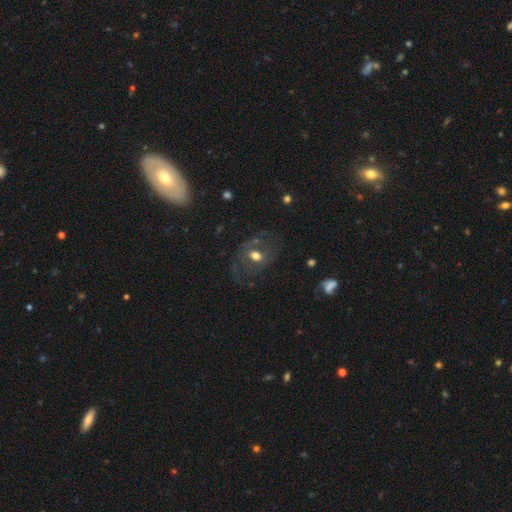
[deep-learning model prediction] Q: Smooth or featured?
A: featured or disk (55%); runner-up: smooth (33%)
Q: Edge-on disk?
A: no (95%); runner-up: yes (5%)
Q: Bar?
A: no (66%); runner-up: weak (26%)
Q: Spiral arms?
A: no (50%); tied with: yes (50%)
Q: Bulge size?
A: moderate (71%); runner-up: large (15%)
Q: Merging?
A: none (60%); runner-up: minor disturbance (20%)